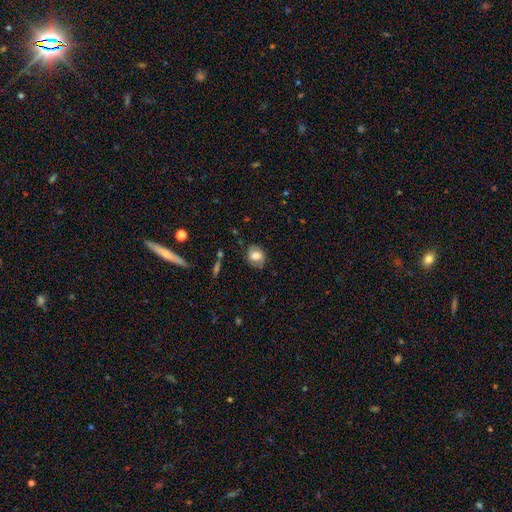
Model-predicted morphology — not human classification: Overall: smooth (68%). How rounded: in between (50%; round 49%). Merging: none (78%).